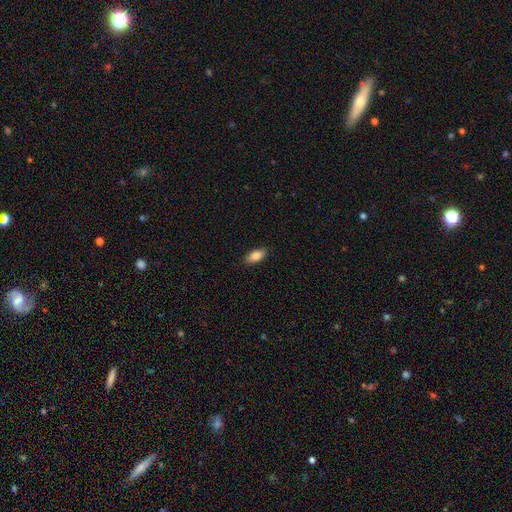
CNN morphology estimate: type=smooth (86%); roundness=in between (88%); merging=none (88%).